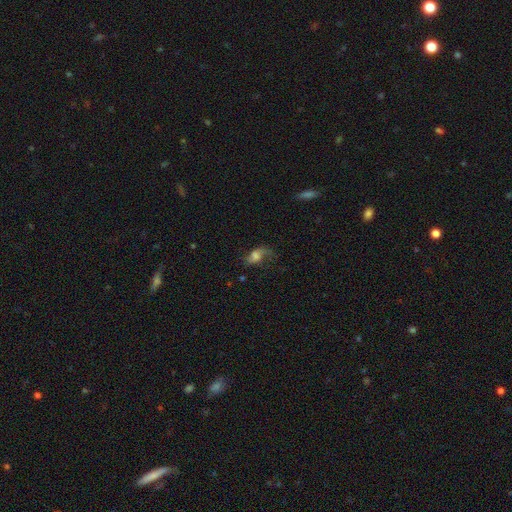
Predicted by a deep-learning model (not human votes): This is possibly a featured or disk galaxy (51%). It is clearly not viewed edge-on (92%). Merging: possibly none (48%).